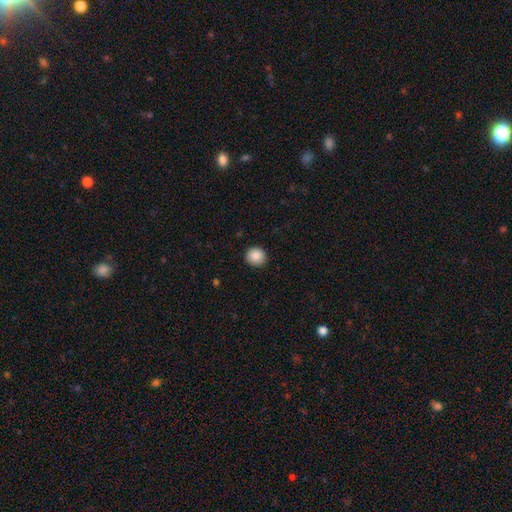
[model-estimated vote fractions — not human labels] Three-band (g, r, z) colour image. It shows a smooth galaxy with no disk features (88%) that is round (90%). Merging: none (90%).